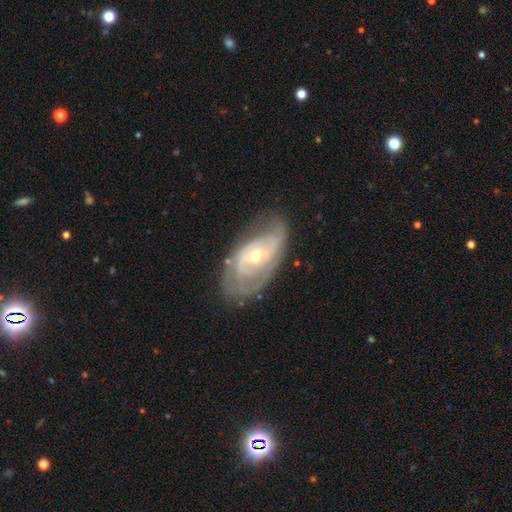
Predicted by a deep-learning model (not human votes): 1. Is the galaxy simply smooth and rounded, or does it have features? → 81% featured or disk, 13% smooth, 6% star or artifact.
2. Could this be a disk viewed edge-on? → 94% no, 6% yes.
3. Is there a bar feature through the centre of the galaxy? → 62% no, 29% weak, 9% strong.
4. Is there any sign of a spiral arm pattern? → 83% yes, 17% no.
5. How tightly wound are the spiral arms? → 49% tight, 35% medium, 16% loose.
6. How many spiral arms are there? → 50% 2, 31% can't tell, 8% 1, 7% 3, 2% 4, 2% more than 4.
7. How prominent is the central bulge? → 50% small, 46% moderate, 2% large, 1% none, 1% dominant.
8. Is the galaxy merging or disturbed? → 62% none, 24% minor disturbance, 13% major disturbance, 2% merger.